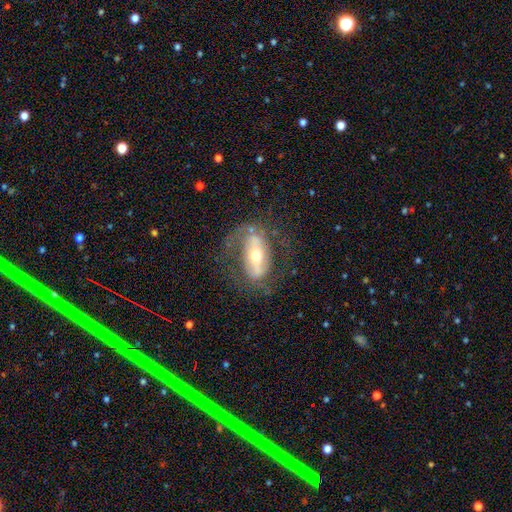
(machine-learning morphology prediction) Smooth or featured? featured or disk (71%)
Edge-on disk? no (87%)
Bar? strong (52%)
Spiral arms? yes (61%)
Bulge size? moderate (58%)
Merging? none (63%)